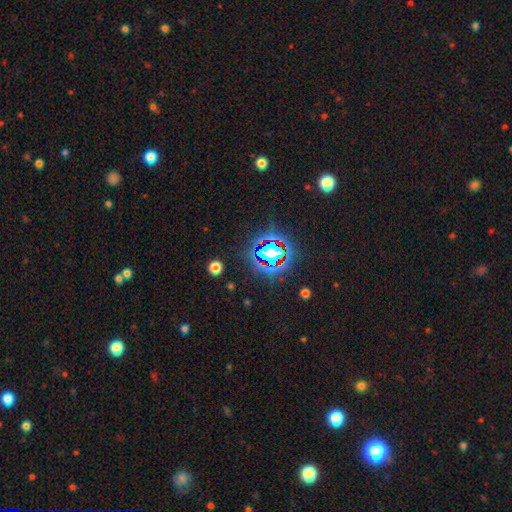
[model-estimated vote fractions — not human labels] smooth-or-featured: star or artifact: 81% | smooth: 12% | featured or disk: 7%